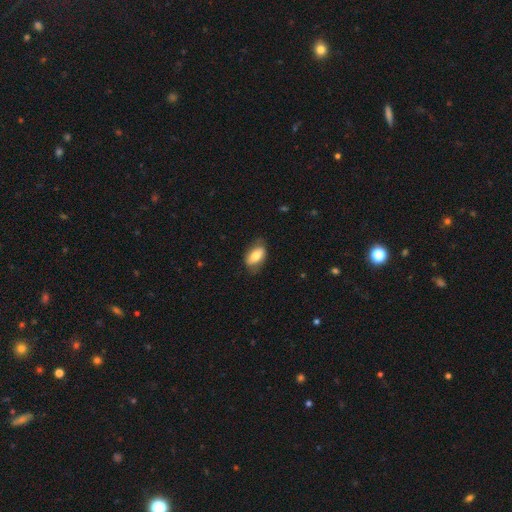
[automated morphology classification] A smooth galaxy with no disk features (71%) that is in between round and cigar-shaped (90%).

Vote fractions:
- Smooth or featured? smooth: 71% / featured or disk: 22% / star or artifact: 6%
- How rounded? in between: 90% / round: 6% / cigar-shaped: 4%
- Merging? none: 71% / minor disturbance: 22% / major disturbance: 6% / merger: 1%